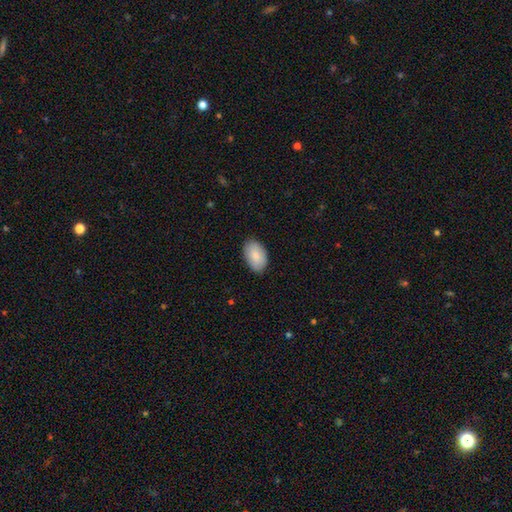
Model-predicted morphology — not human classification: This appears to be a smooth galaxy with no disk features (85%) that is in between round and cigar-shaped (93%). Merging: none (85%).